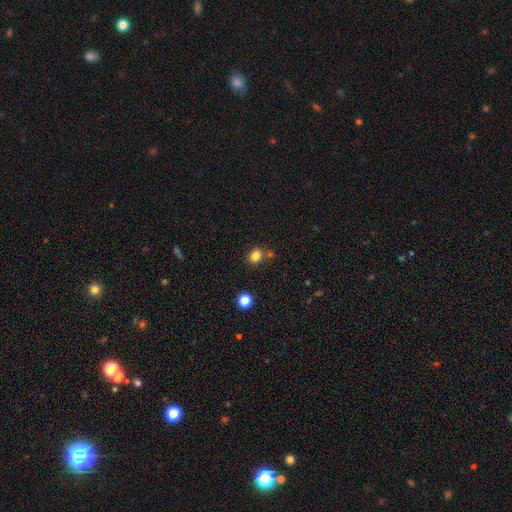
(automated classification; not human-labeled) A smooth galaxy with no disk features (82%) that is round (63%).

Vote fractions:
- Smooth or featured? smooth: 82% / star or artifact: 13% / featured or disk: 5%
- How rounded? round: 63% / in between: 37% / cigar-shaped: 1%
- Merging? none: 74% / minor disturbance: 11% / merger: 11% / major disturbance: 3%